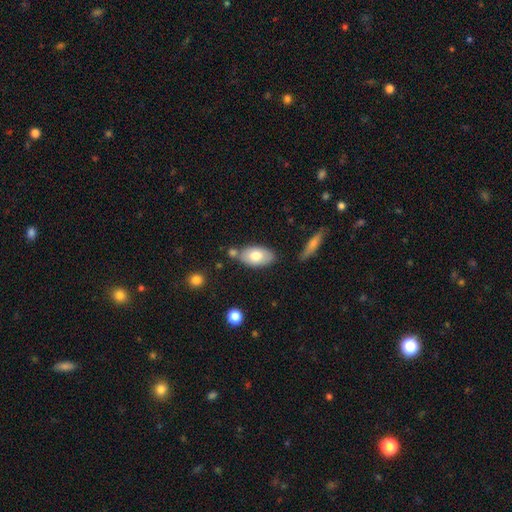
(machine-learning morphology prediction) This is likely a smooth galaxy (72%). How rounded: clearly in between (93%). Merging: likely none (68%).